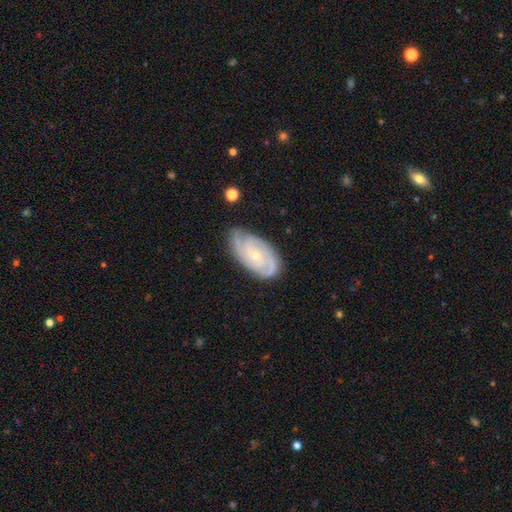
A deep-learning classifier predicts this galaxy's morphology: Smooth or featured? featured or disk (84%)
Edge-on disk? no (96%)
Bar? no (71%)
Spiral arms? yes (97%)
Spiral winding? tight (66%)
Spiral arm count? 2 (37%)
Bulge size? small (75%)
Merging? none (76%)